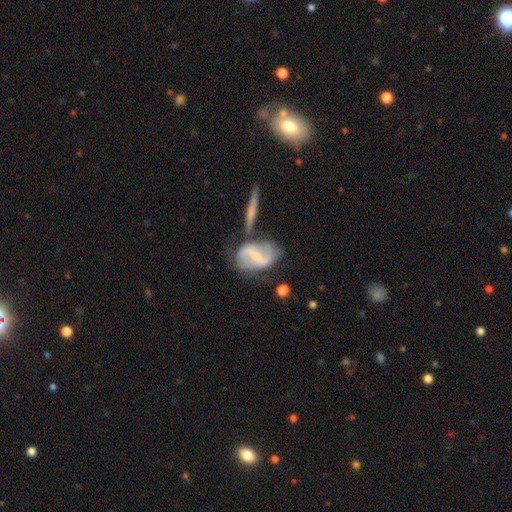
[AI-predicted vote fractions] Smooth or featured?
  - featured or disk: 68% *
  - smooth: 26%
  - star or artifact: 7%
Edge-on disk?
  - no: 93% *
  - yes: 7%
Bar?
  - weak: 44% *
  - strong: 37%
  - no: 19%
Spiral arms?
  - yes: 81% *
  - no: 19%
Spiral winding?
  - loose: 41% * (tied)
  - medium: 41% * (tied)
  - tight: 18%
Spiral arm count?
  - 2: 81% *
  - can't tell: 13%
  - 1: 3%
  - 3: 2%
  - 4: 1%
  - more than 4: 1%
Bulge size?
  - small: 58% *
  - moderate: 30%
  - none: 10%
  - large: 2%
  - dominant: 1%
Merging?
  - none: 45% *
  - merger: 24%
  - minor disturbance: 20%
  - major disturbance: 11%